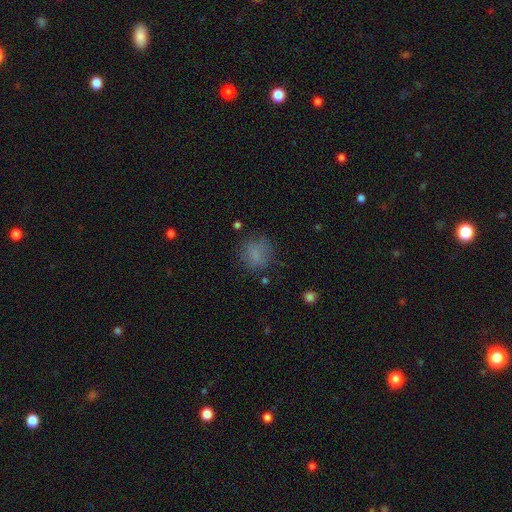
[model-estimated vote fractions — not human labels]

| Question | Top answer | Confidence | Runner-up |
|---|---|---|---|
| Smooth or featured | smooth | 73% | star or artifact (14%) |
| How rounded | round | 77% | in between (22%) |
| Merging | none | 69% | minor disturbance (19%) |